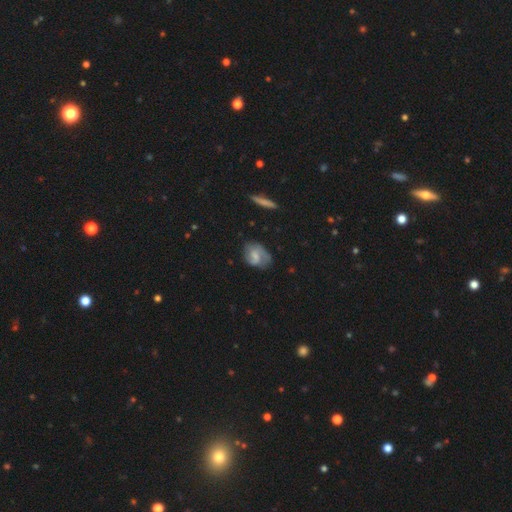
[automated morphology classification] Q: Smooth or featured?
A: featured or disk (58%); runner-up: smooth (35%)
Q: Edge-on disk?
A: no (96%); runner-up: yes (4%)
Q: Bar?
A: weak (48%); runner-up: no (40%)
Q: Spiral arms?
A: yes (87%); runner-up: no (13%)
Q: Bulge size?
A: small (38%); runner-up: moderate (35%)
Q: Merging?
A: none (60%); runner-up: minor disturbance (27%)